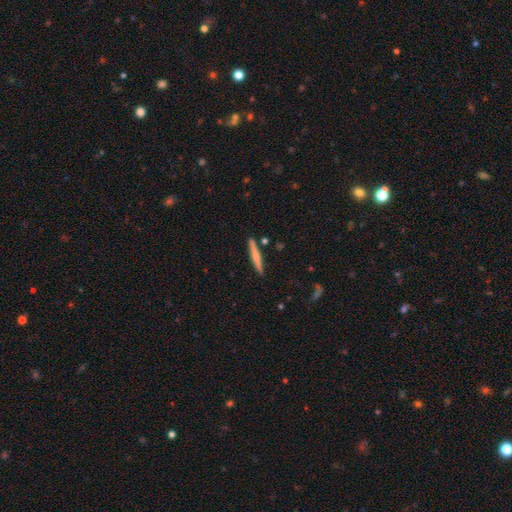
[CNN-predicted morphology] A smooth galaxy with no disk features (57%) that is cigar-shaped (95%).

Vote fractions:
- Smooth or featured? smooth: 57% / featured or disk: 38% / star or artifact: 6%
- How rounded? cigar-shaped: 95% / in between: 4% / round: 2%
- Merging? none: 88% / minor disturbance: 8% / merger: 3% / major disturbance: 2%